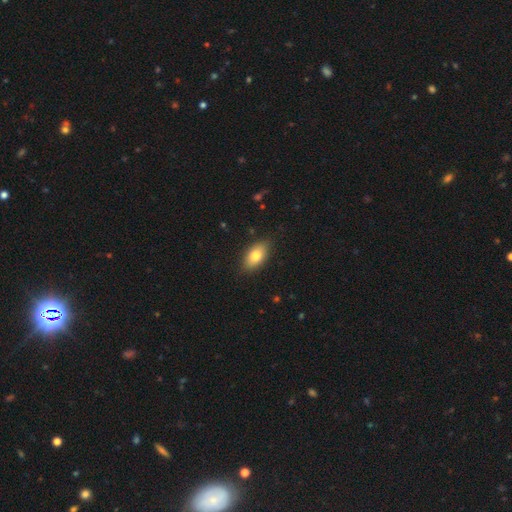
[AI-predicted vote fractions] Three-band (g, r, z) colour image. It shows a smooth galaxy with no disk features (78%) that is in between round and cigar-shaped (90%). Merging: none (85%).